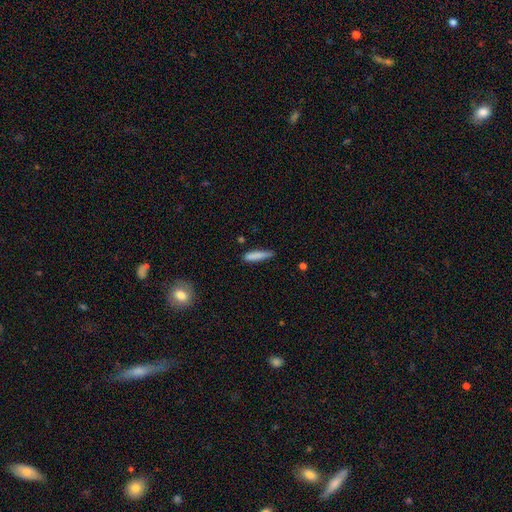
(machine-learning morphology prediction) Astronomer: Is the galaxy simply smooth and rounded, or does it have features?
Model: smooth — 82%.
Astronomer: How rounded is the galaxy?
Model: cigar-shaped — 86%.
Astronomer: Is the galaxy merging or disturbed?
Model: none — 70%.